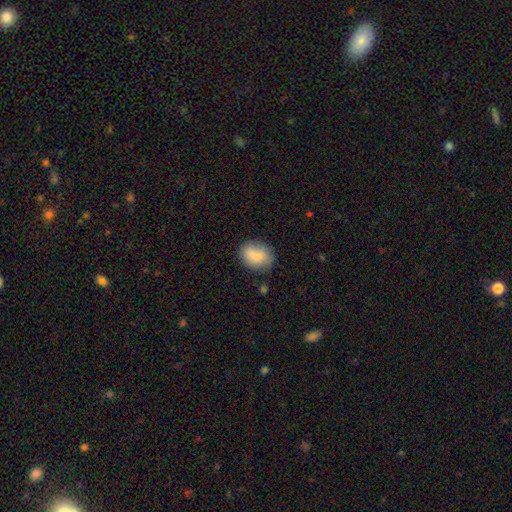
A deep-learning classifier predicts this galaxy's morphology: The model was most divided on "how rounded": in between: 56%, round: 42%, cigar-shaped: 1%. More confident: smooth or featured — smooth (77%); merging — none (70%).